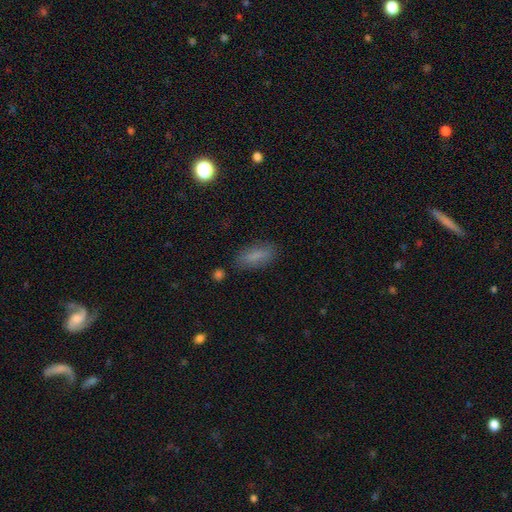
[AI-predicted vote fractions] Smooth or featured? Predicted: smooth (p=0.79). How rounded? Predicted: in between (p=0.68). Merging? Predicted: none (p=0.80).